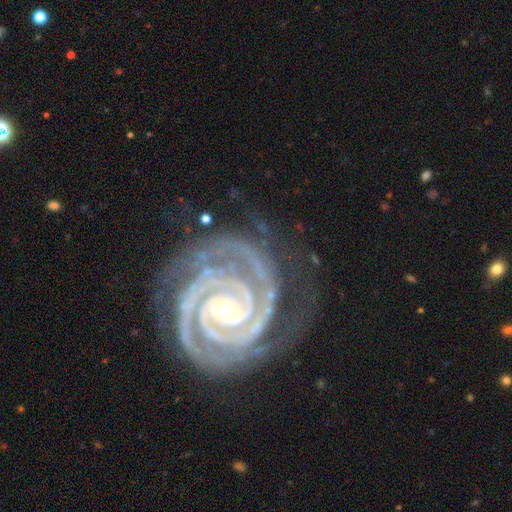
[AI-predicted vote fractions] The model was most divided on "bar": no: 45%, strong: 28%, weak: 27%. More confident: spiral arms — yes (99%); edge-on disk — no (98%); smooth or featured — featured or disk (94%); spiral winding — tight (87%); merging — none (77%); bulge size — small (68%); spiral arm count — 2 (61%).